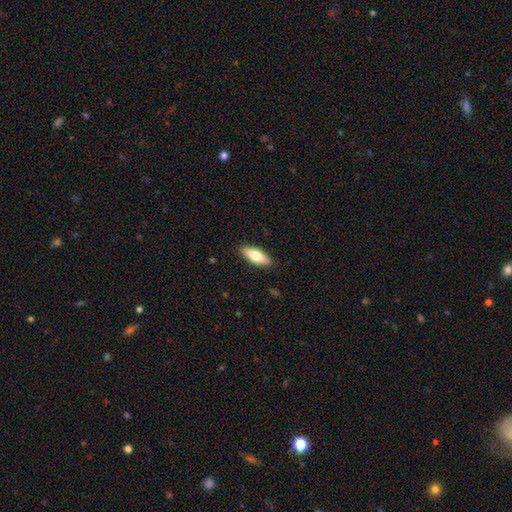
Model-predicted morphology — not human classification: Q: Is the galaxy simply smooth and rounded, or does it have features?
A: smooth — 69%.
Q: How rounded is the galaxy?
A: in between — 64%.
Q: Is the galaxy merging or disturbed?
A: none — 90%.